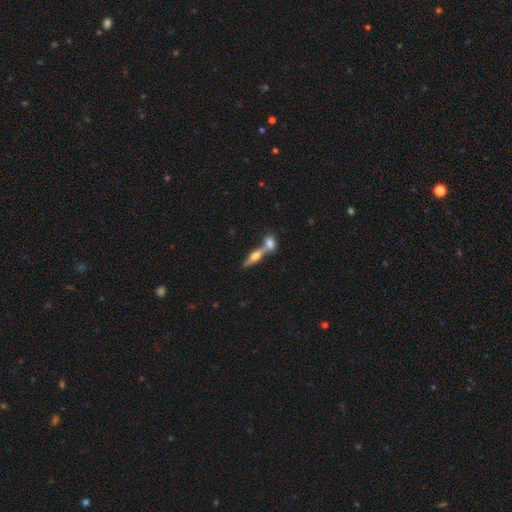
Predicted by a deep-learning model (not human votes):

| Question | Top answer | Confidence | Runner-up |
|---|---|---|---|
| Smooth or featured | featured or disk | 56% | smooth (36%) |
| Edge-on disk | yes | 92% | no (8%) |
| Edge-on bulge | rounded | 92% | boxy (5%) |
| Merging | none | 48% | merger (42%) |